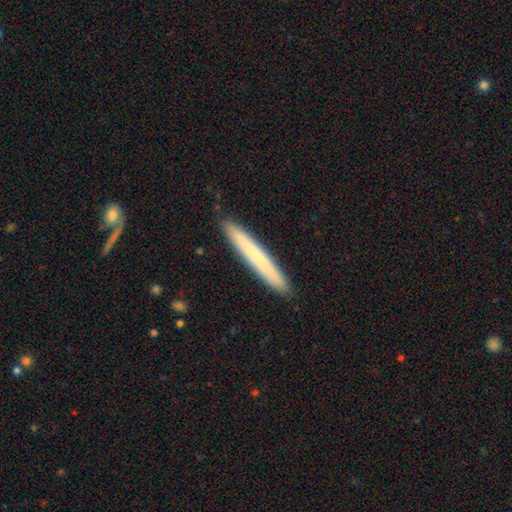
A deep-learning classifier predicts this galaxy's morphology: Smooth or featured? smooth (67%)
How rounded? cigar-shaped (96%)
Merging? none (90%)